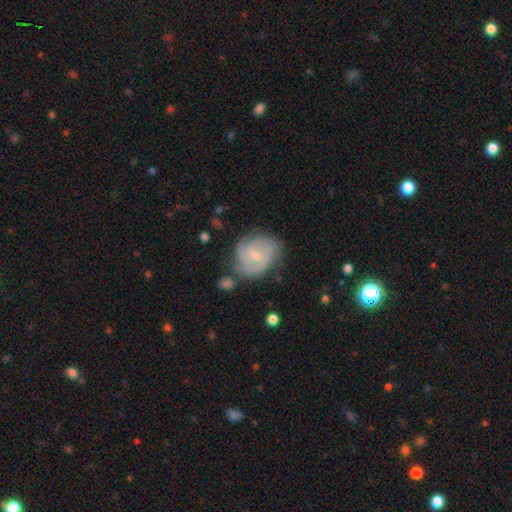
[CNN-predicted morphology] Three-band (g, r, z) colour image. It shows a featured or disk galaxy (74%) with no bar (63%), tight (59%) spiral arms (88%) and a small central bulge (64%). Merging: none (64%).